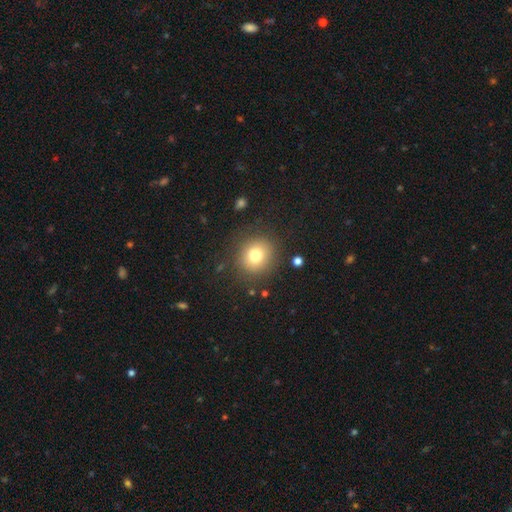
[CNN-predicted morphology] Q: Smooth or featured?
A: smooth (77%); runner-up: star or artifact (12%)
Q: How rounded?
A: round (84%); runner-up: in between (15%)
Q: Merging?
A: none (85%); runner-up: minor disturbance (9%)